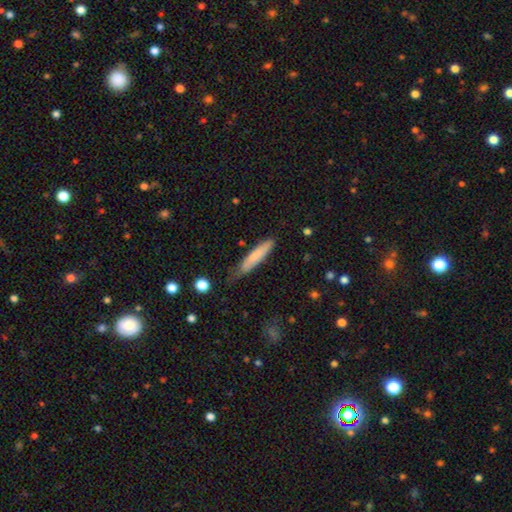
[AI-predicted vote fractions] Smooth or featured? Predicted: smooth (p=0.76). How rounded? Predicted: cigar-shaped (p=0.87). Merging? Predicted: none (p=0.62).